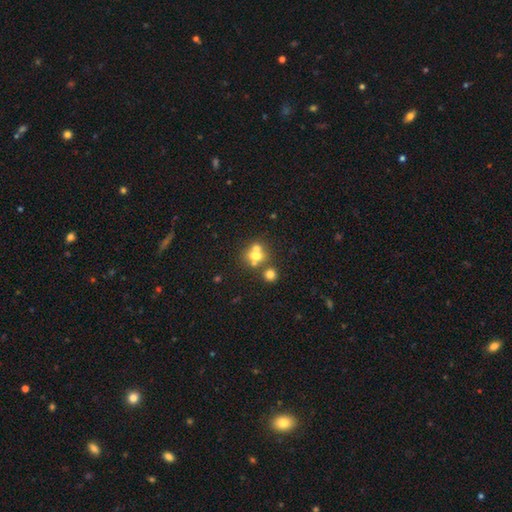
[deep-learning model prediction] Smooth or featured? Predicted: smooth (p=0.61). How rounded? Predicted: round (p=0.74). Merging? Predicted: merger (p=0.48).